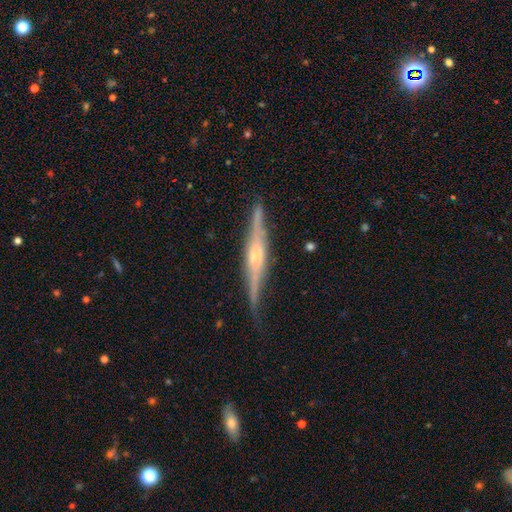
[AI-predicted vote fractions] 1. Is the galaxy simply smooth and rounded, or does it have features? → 81% featured or disk, 13% smooth, 6% star or artifact.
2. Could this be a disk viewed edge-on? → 97% yes, 3% no.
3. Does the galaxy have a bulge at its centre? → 69% rounded, 21% boxy, 10% none.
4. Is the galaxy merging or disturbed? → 83% none, 13% minor disturbance, 3% major disturbance, 1% merger.